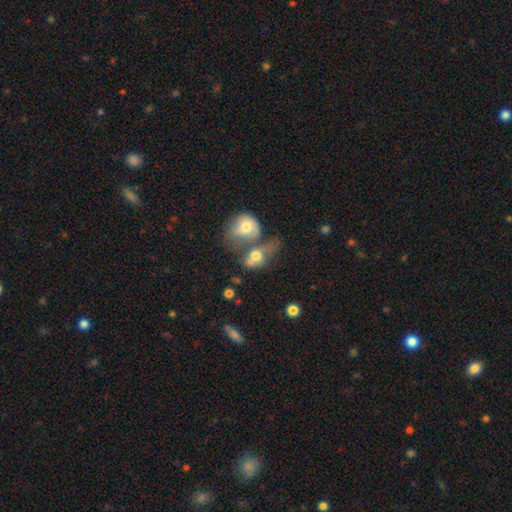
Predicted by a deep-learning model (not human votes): Morphology: type=smooth (63%); roundness=in between (58%); merging=merger (63%).